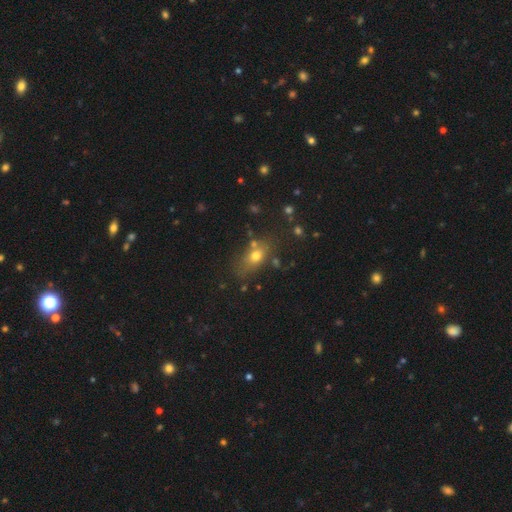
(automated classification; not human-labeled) A smooth galaxy with no disk features (70%) that is in between round and cigar-shaped (72%).

Vote fractions:
- Smooth or featured? smooth: 70% / featured or disk: 16% / star or artifact: 14%
- How rounded? in between: 72% / round: 21% / cigar-shaped: 7%
- Merging? none: 65% / minor disturbance: 18% / merger: 10% / major disturbance: 7%